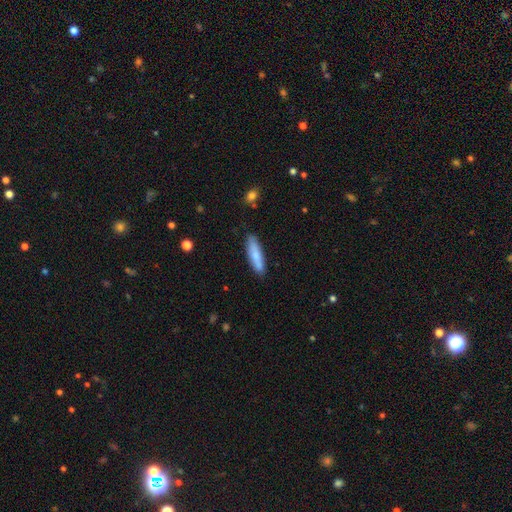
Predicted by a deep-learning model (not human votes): Smooth or featured?
  - smooth: 79% *
  - featured or disk: 15%
  - star or artifact: 6%
How rounded?
  - cigar-shaped: 72% *
  - in between: 26%
  - round: 1%
Merging?
  - none: 84% *
  - minor disturbance: 12%
  - major disturbance: 2%
  - merger: 2%